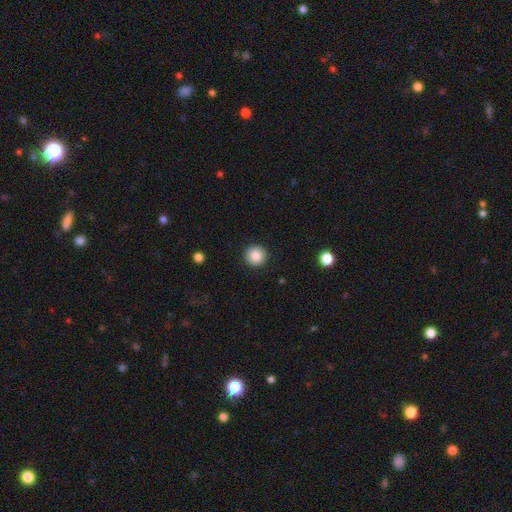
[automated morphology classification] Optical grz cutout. It shows a smooth galaxy with no disk features (85%) that is round (95%). Merging: none (92%).